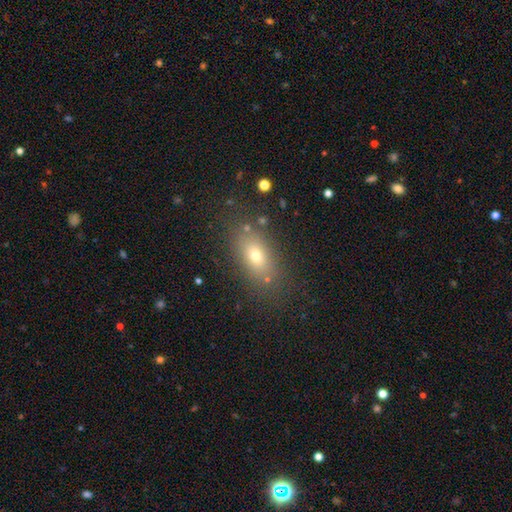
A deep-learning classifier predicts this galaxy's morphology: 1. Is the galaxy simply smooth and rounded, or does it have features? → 68% smooth, 16% featured or disk, 15% star or artifact.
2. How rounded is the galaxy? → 78% in between, 14% round, 8% cigar-shaped.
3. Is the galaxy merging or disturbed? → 80% none, 12% minor disturbance, 5% major disturbance, 3% merger.